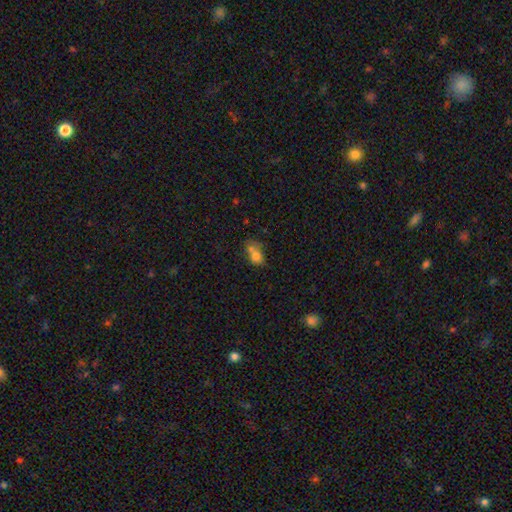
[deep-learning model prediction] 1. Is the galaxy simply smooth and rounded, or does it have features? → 69% smooth, 18% featured or disk, 12% star or artifact.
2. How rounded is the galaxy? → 63% in between, 34% round, 3% cigar-shaped.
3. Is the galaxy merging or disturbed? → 49% merger, 27% none, 15% minor disturbance, 10% major disturbance.